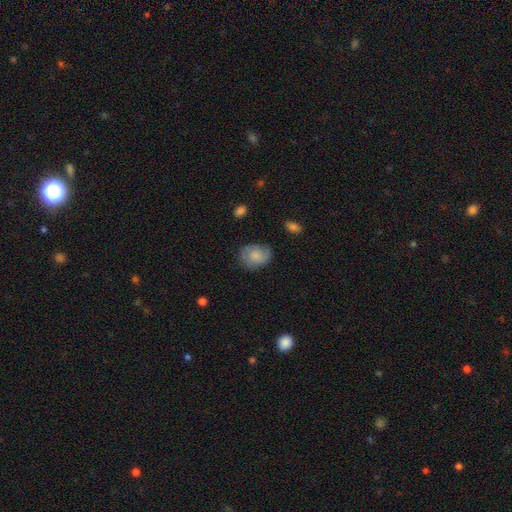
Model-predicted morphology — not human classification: The model was most divided on "how rounded": in between: 59%, round: 40%, cigar-shaped: 1%. More confident: smooth or featured — smooth (79%); merging — none (72%).